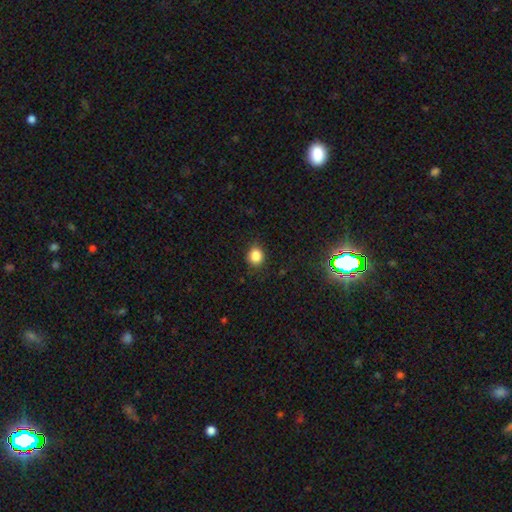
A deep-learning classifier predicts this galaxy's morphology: smooth 84%, star or artifact 12%, featured or disk 4%. Down the decision tree: how rounded — round (75%); merging — none (85%).